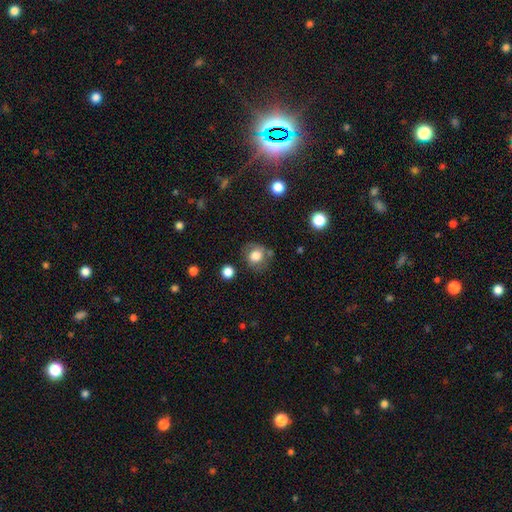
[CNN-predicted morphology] This is likely a smooth galaxy (75%). How rounded: likely round (76%). Merging: likely none (66%).